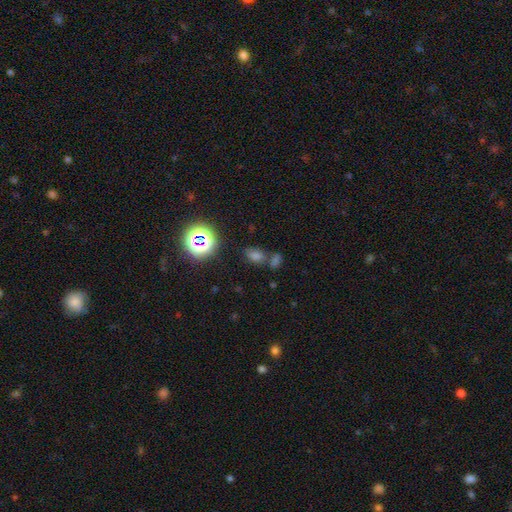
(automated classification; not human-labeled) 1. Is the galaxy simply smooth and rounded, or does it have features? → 57% smooth, 35% star or artifact, 8% featured or disk.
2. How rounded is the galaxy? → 72% in between, 25% round, 3% cigar-shaped.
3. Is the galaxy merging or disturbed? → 55% none, 29% merger, 11% minor disturbance, 5% major disturbance.